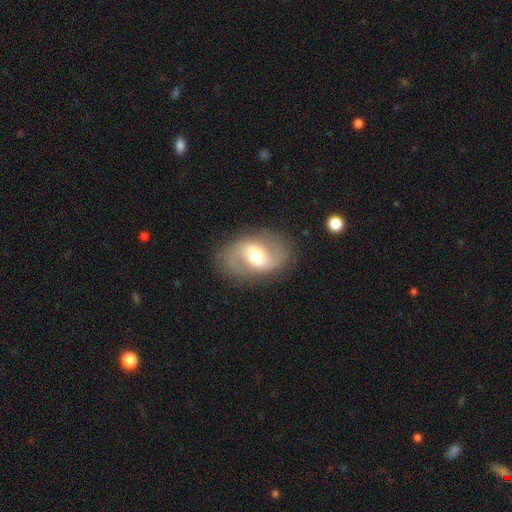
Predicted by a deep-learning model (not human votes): smooth-or-featured: featured or disk: 72% | smooth: 21% | star or artifact: 7%
  disk-edge-on: no: 96% | yes: 4%
    bar: weak: 46% | strong: 28% | no: 26%
    has-spiral-arms: yes: 83% | no: 17%
      spiral-winding: loose: 45% | medium: 42% | tight: 13%
      spiral-arm-count: 2: 89% | can't tell: 5% | 1: 3% | 3: 1% | 4: 1% | more than 4: 1%
    bulge-size: moderate: 63% | small: 19% | large: 15% | dominant: 2% | none: 1%
  merging: none: 79% | minor disturbance: 13% | major disturbance: 7% | merger: 1%